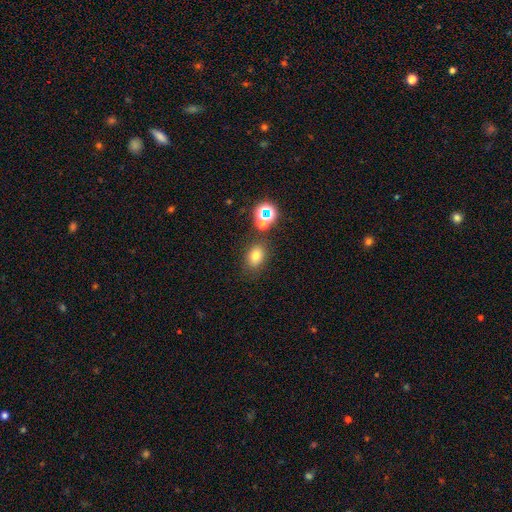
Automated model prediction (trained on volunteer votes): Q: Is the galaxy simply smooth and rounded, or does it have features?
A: smooth — 73%.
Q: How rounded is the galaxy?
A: in between — 62%.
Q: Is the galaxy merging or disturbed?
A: none — 76%.